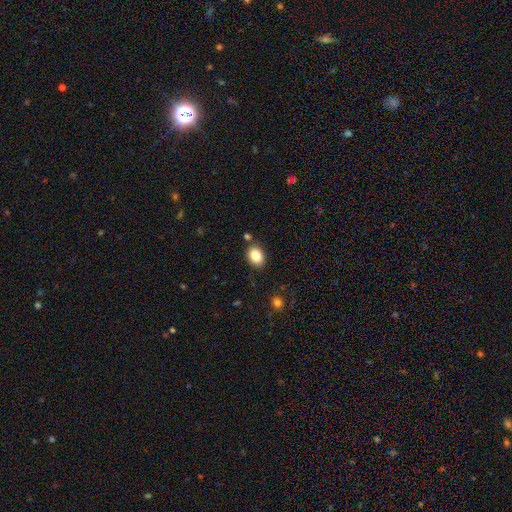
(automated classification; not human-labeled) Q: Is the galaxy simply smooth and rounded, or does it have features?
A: smooth — 86%.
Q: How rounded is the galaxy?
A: in between — 73%.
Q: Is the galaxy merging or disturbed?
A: none — 83%.